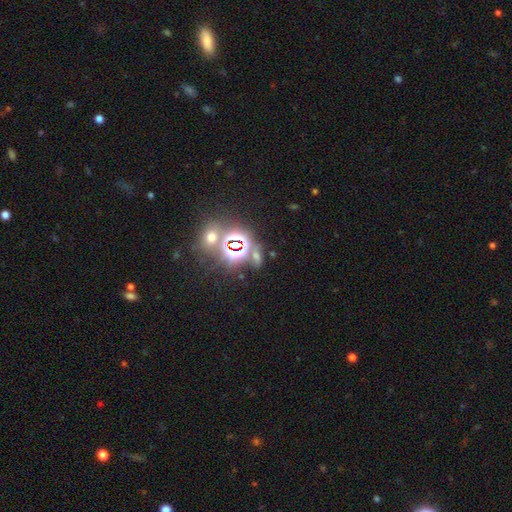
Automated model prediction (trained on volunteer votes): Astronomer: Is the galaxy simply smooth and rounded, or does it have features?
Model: star or artifact — 60%.